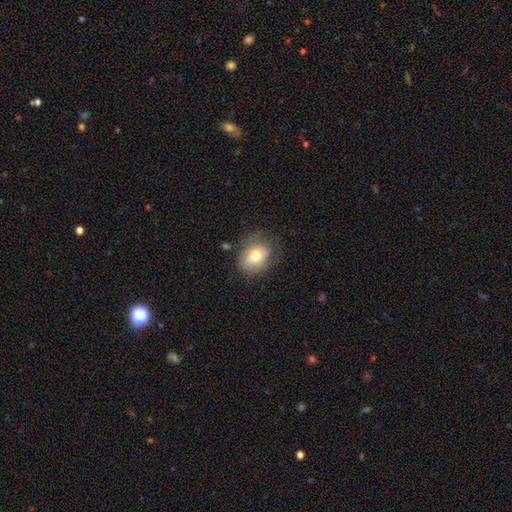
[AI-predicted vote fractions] Q: Smooth or featured?
A: smooth (75%); runner-up: featured or disk (16%)
Q: How rounded?
A: in between (60%); runner-up: round (39%)
Q: Merging?
A: none (70%); runner-up: minor disturbance (21%)